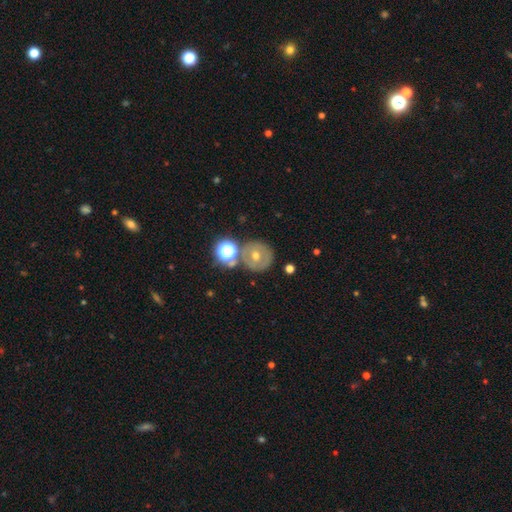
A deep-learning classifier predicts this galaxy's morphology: Smooth or featured? featured or disk (43%)
Merging? none (75%)